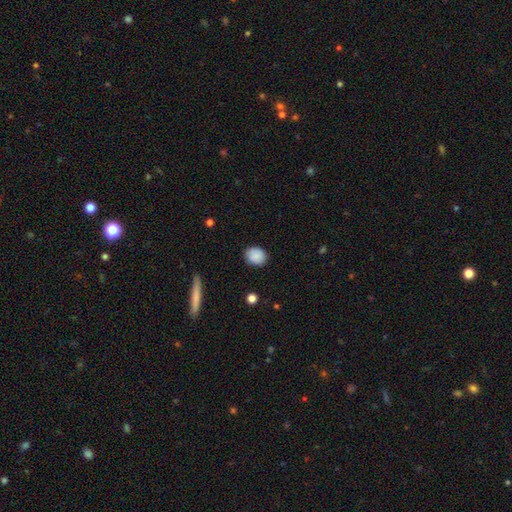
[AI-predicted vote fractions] smooth_or_featured: smooth (p=0.87) [alt: star or artifact p=0.08]
how_rounded: round (p=0.57) [alt: in between p=0.41]
merging: none (p=0.86) [alt: minor disturbance p=0.11]